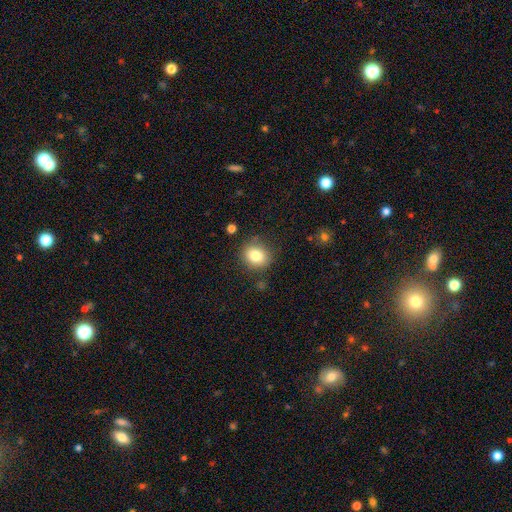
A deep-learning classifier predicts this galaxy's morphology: This appears to be a smooth galaxy with no disk features (82%) that is round (67%). Merging: none (83%).